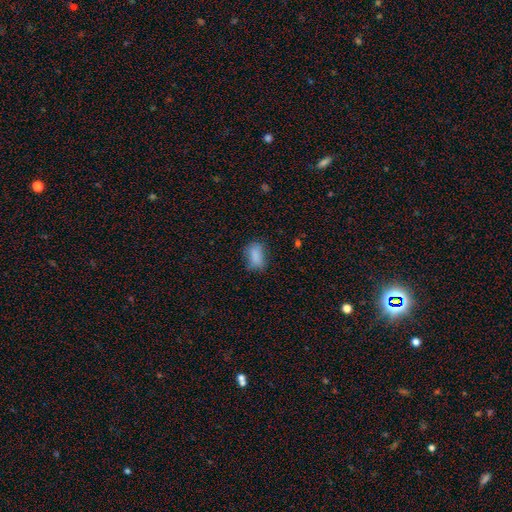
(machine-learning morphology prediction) type=smooth (83%); roundness=in between (87%); merging=none (64%).